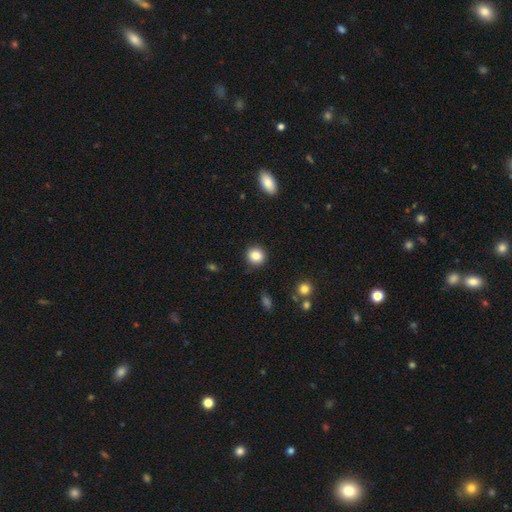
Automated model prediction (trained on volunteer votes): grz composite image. It shows a smooth galaxy with no disk features (85%) that is round (87%). Merging: none (89%).